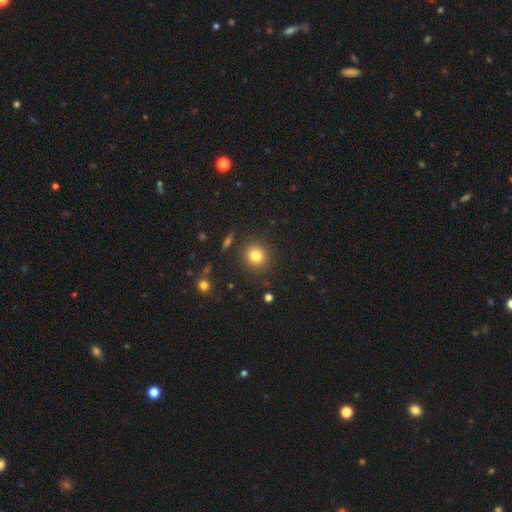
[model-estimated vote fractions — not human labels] This is clearly a smooth galaxy (81%). How rounded: clearly round (89%). Merging: clearly none (88%).